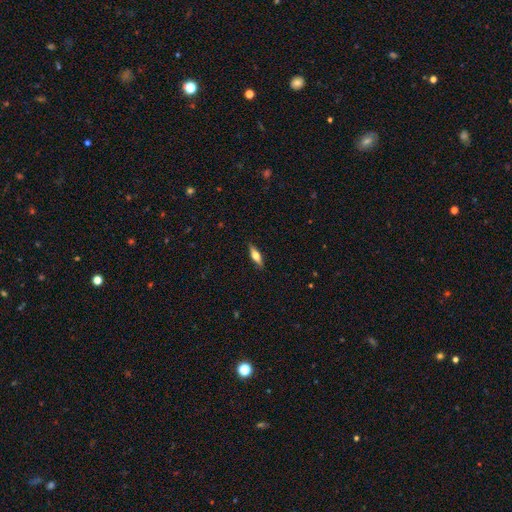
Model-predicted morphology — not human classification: smooth 50%, featured or disk 44%, star or artifact 7%. Down the decision tree: merging — none (89%).